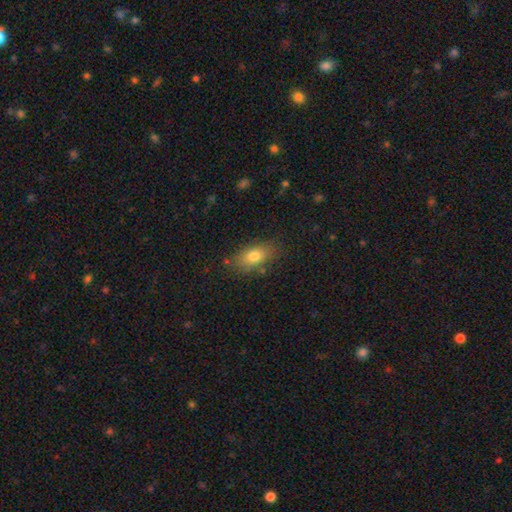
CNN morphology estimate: Smooth or featured: smooth — 77% (featured or disk — 13%)
How rounded: in between — 83% (cigar-shaped — 9%)
Merging: none — 81% (minor disturbance — 13%)